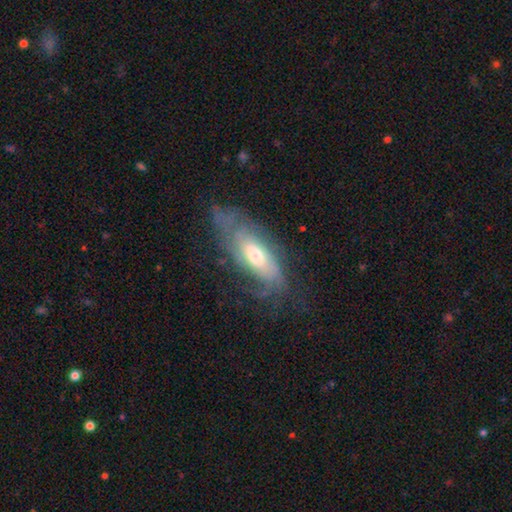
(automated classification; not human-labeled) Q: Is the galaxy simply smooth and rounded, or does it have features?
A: featured or disk — 72%.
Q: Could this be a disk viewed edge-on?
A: no — 84%.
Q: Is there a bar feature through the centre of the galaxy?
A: no — 66%.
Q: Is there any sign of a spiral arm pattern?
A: yes — 83%.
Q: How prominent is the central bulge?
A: moderate — 66%.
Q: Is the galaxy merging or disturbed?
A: none — 63%.